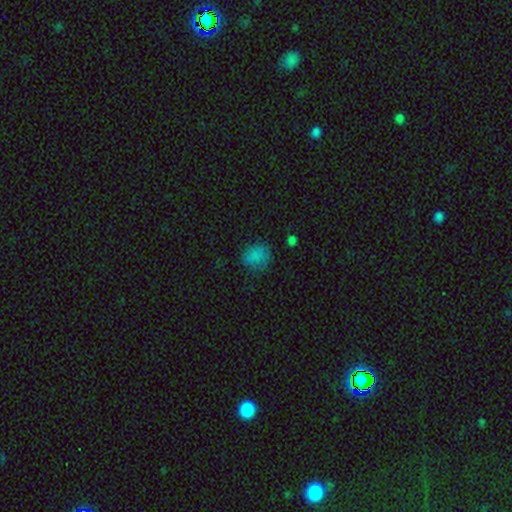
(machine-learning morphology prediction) Smooth or featured? Predicted: smooth (p=0.80). How rounded? Predicted: round (p=0.70). Merging? Predicted: none (p=0.72).